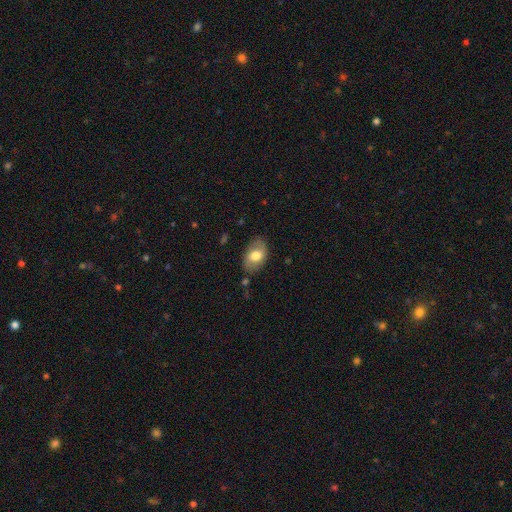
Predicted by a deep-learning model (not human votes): smooth_or_featured: smooth (p=0.62) [alt: featured or disk p=0.31]
how_rounded: in between (p=0.88) [alt: round p=0.10]
merging: none (p=0.77) [alt: minor disturbance p=0.16]